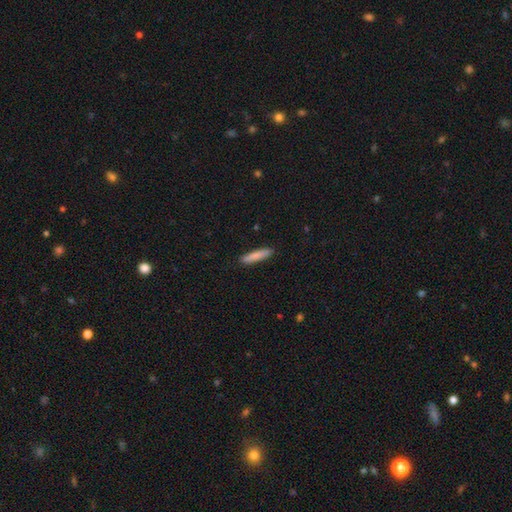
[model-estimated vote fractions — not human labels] The model was most divided on "smooth or featured": smooth: 83%, featured or disk: 12%, star or artifact: 6%. More confident: merging — none (90%); how rounded — cigar-shaped (87%).